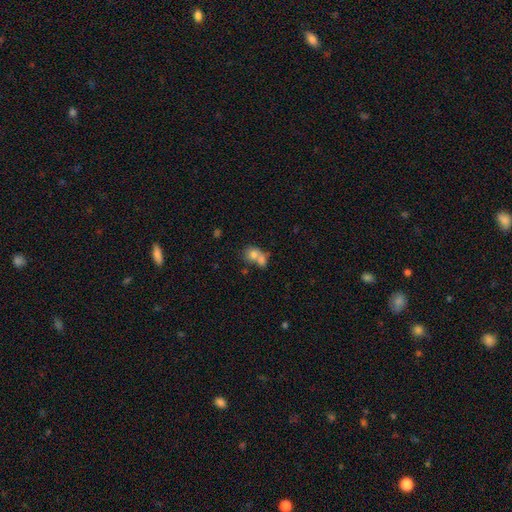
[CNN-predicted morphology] A smooth galaxy with no disk features (71%) that is round (56%). Merging: merger (65%).